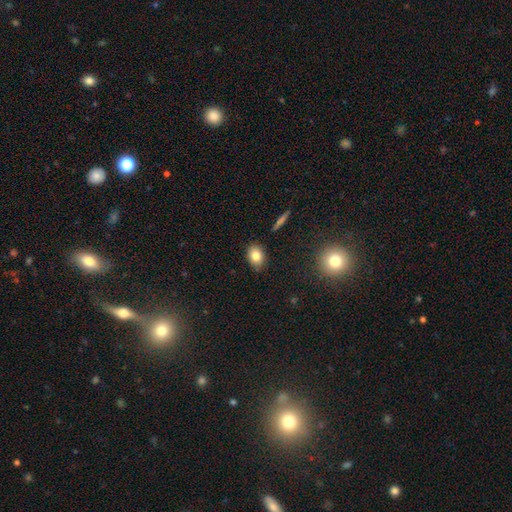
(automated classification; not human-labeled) Smooth or featured? smooth (80%)
How rounded? in between (71%)
Merging? none (86%)